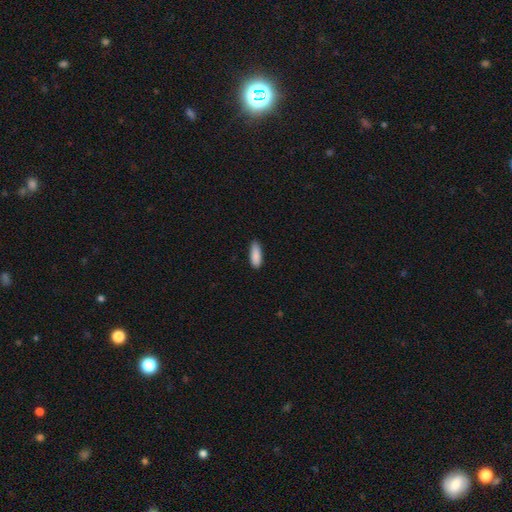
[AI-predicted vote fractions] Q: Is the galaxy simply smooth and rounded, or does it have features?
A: smooth — 89%.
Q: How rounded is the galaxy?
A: in between — 55%.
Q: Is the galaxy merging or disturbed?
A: none — 85%.